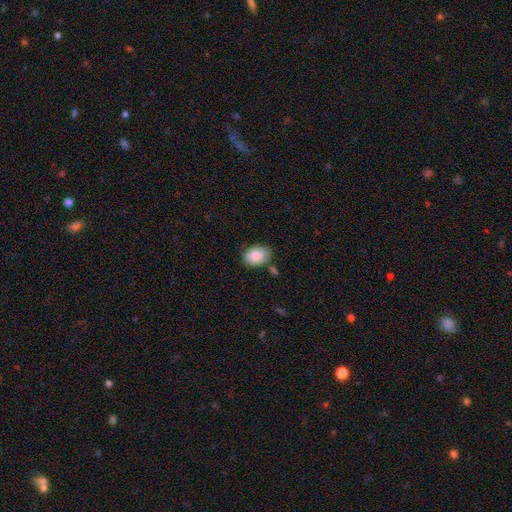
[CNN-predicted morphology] smooth_or_featured: smooth (p=0.85) [alt: featured or disk p=0.08]
how_rounded: in between (p=0.78) [alt: round p=0.21]
merging: none (p=0.73) [alt: minor disturbance p=0.18]